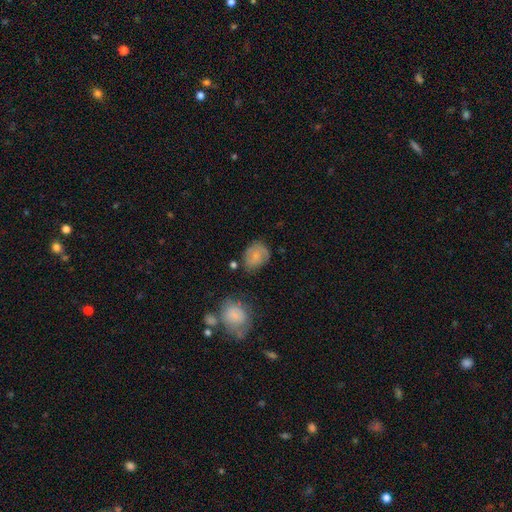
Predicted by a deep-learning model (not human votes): Q: Smooth or featured?
A: smooth (60%); runner-up: featured or disk (31%)
Q: How rounded?
A: in between (51%); runner-up: round (48%)
Q: Merging?
A: none (60%); runner-up: minor disturbance (25%)